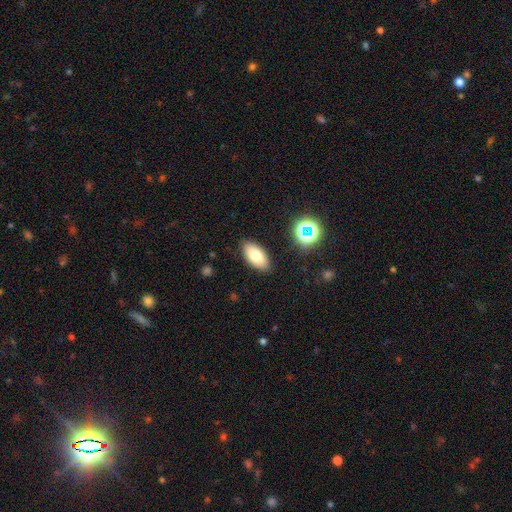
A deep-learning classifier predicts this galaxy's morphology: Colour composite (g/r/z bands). It shows a smooth galaxy with no disk features (76%) that is in between round and cigar-shaped (92%). Merging: none (87%).